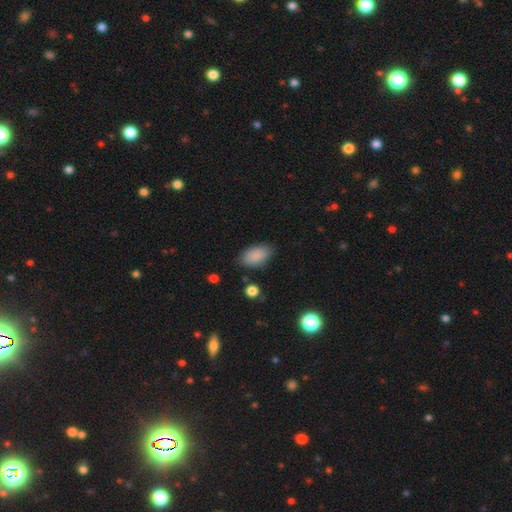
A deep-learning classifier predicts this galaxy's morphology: smooth_or_featured: smooth (p=0.88) [alt: star or artifact p=0.07]
how_rounded: in between (p=0.93) [alt: round p=0.04]
merging: none (p=0.79) [alt: minor disturbance p=0.15]